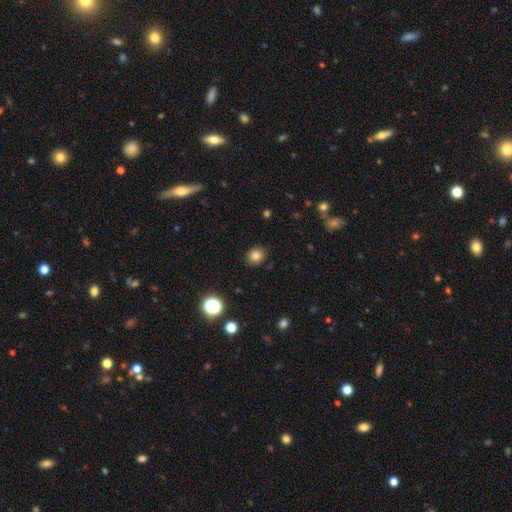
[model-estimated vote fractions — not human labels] This appears to be a smooth galaxy with no disk features (80%) that is round (75%). Merging: none (88%).